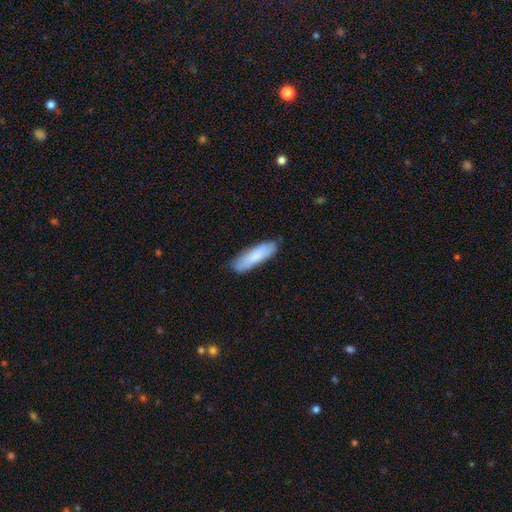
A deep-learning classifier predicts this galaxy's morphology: This is clearly a smooth galaxy (80%). How rounded: possibly cigar-shaped (57%). Merging: likely none (80%).